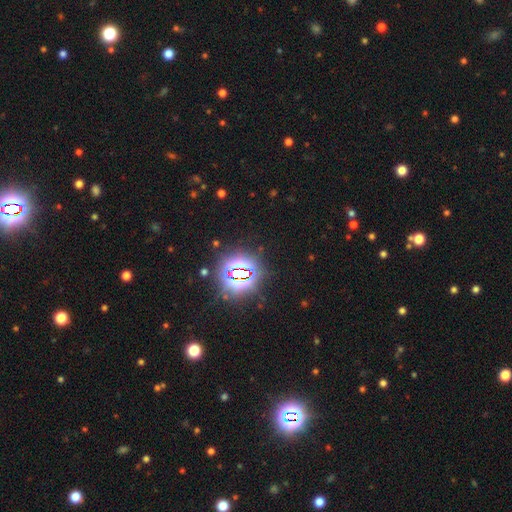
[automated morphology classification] This appears to be a star or artifact, not a galaxy (85%).